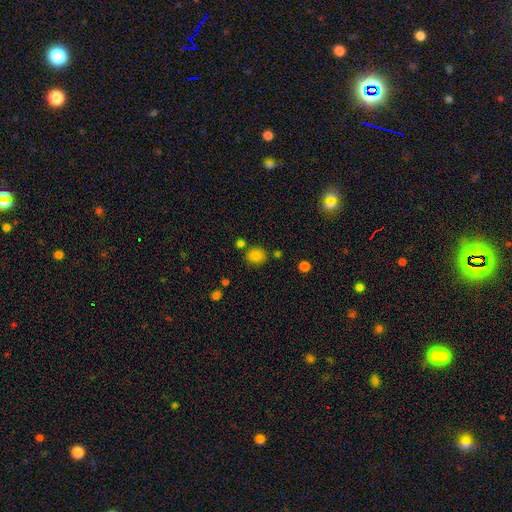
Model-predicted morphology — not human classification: smooth 82%, star or artifact 12%, featured or disk 5%. Down the decision tree: how rounded — round (76%); merging — none (77%).